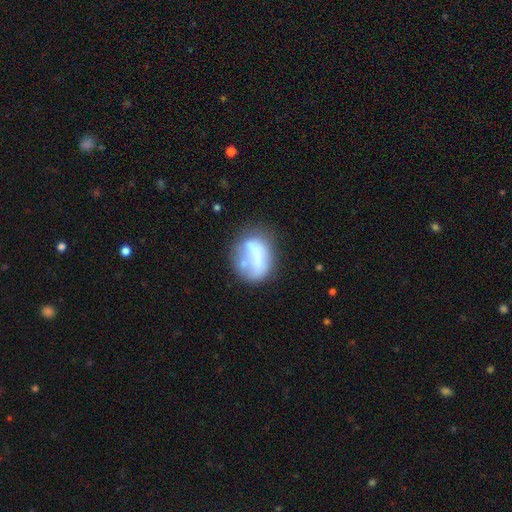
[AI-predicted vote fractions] Morphology: type=smooth (53%); roundness=in between (58%); merging=none (41%).